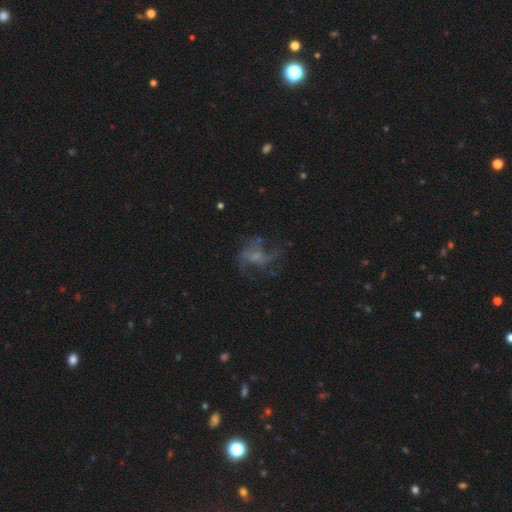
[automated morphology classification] This is likely a featured or disk galaxy (65%). It is clearly not viewed edge-on (97%). Bar: likely no (66%). Spiral arm pattern: likely yes (74%). Central bulge: marginally small (40%). Merging: possibly none (50%).